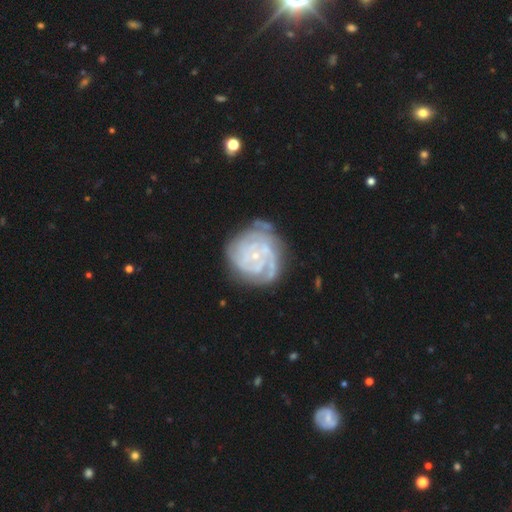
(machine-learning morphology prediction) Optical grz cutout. It shows a featured or disk galaxy (85%) with no bar (73%), tight (74%) spiral arms (95%) and a small central bulge (82%). Merging: none (64%).